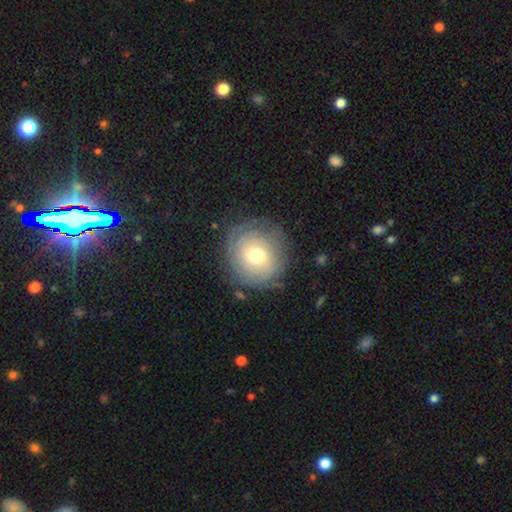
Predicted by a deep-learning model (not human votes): Smooth or featured?
  - featured or disk: 55% *
  - smooth: 37%
  - star or artifact: 8%
Edge-on disk?
  - no: 96% *
  - yes: 4%
Bar?
  - no: 72% *
  - weak: 23%
  - strong: 5%
Spiral arms?
  - yes: 78% *
  - no: 22%
Bulge size?
  - moderate: 62% *
  - small: 28%
  - large: 7%
  - dominant: 1%
  - none: 1%
Merging?
  - none: 77% *
  - minor disturbance: 14%
  - major disturbance: 7%
  - merger: 2%